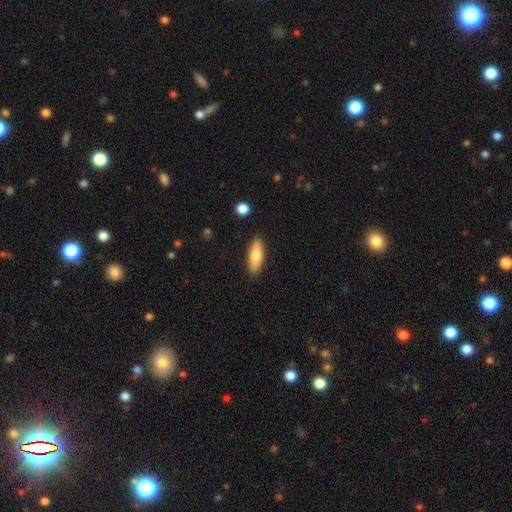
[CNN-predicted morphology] This is likely a smooth galaxy (79%). How rounded: likely in between (66%). Merging: clearly none (87%).